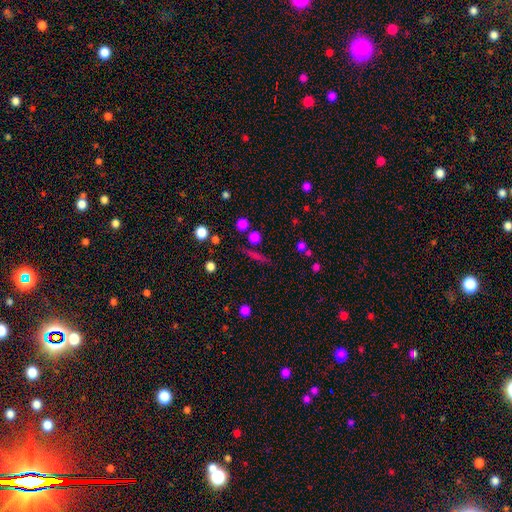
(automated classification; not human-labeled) The model was most divided on "how rounded": cigar-shaped: 54%, round: 33%, in between: 14%. More confident: merging — none (82%); smooth or featured — smooth (54%).